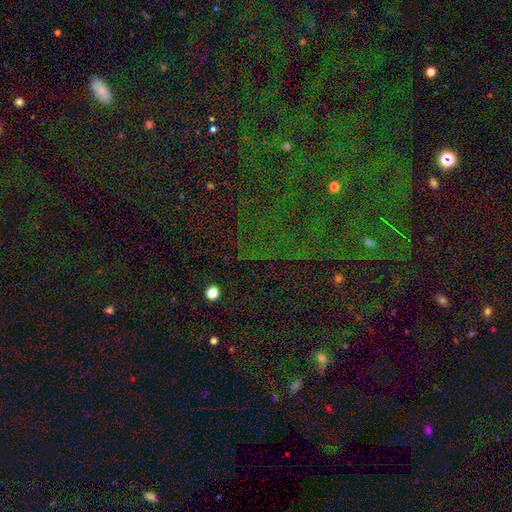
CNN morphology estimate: smooth_or_featured: star or artifact (p=0.81) [alt: smooth p=0.12]